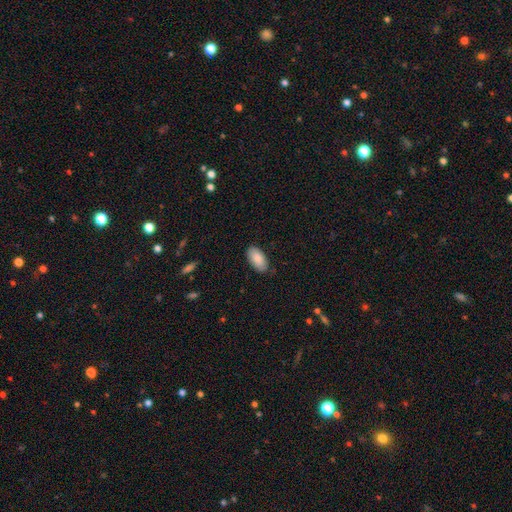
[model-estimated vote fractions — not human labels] smooth-or-featured: smooth: 87% | featured or disk: 7% | star or artifact: 6%
  how-rounded: in between: 94% | cigar-shaped: 4% | round: 2%
  merging: none: 85% | minor disturbance: 12% | major disturbance: 2% | merger: 1%